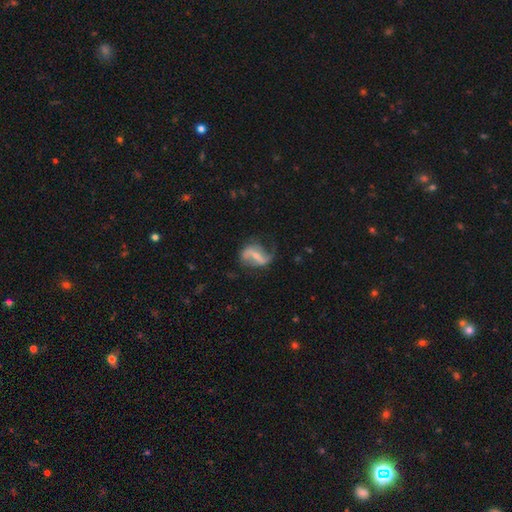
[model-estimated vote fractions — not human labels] Smooth or featured: featured or disk — 79% (smooth — 15%)
Edge-on disk: no — 96% (yes — 4%)
Bar: strong — 52% (weak — 33%)
Spiral arms: yes — 89% (no — 11%)
Spiral winding: loose — 68% (medium — 24%)
Spiral arm count: 2 — 84% (1 — 8%)
Bulge size: small — 58% (moderate — 30%)
Merging: none — 59% (minor disturbance — 22%)